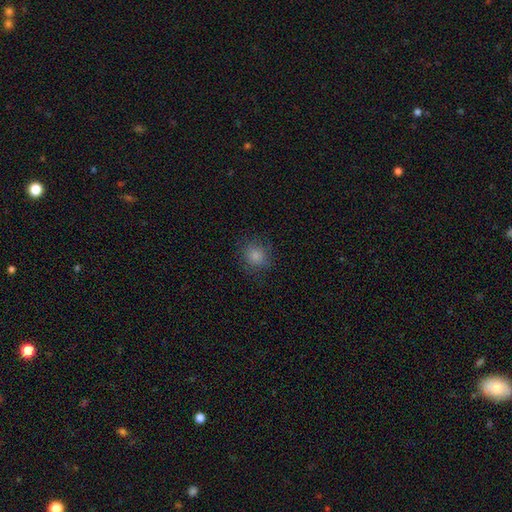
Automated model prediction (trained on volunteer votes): Morphology: type=smooth (84%); roundness=round (85%); merging=none (84%).